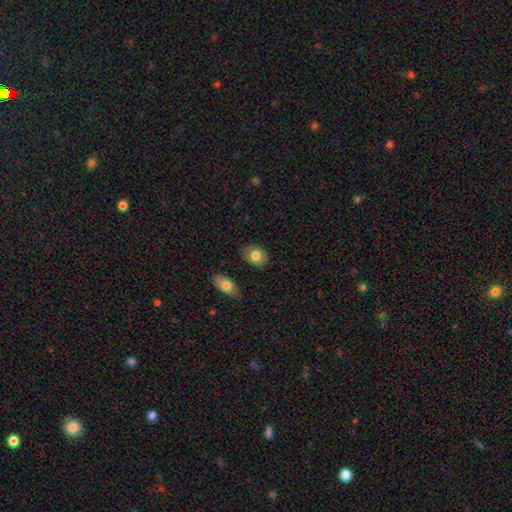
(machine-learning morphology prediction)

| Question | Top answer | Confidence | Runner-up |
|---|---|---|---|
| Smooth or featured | smooth | 73% | featured or disk (20%) |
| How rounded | in between | 63% | round (36%) |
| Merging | none | 83% | minor disturbance (12%) |